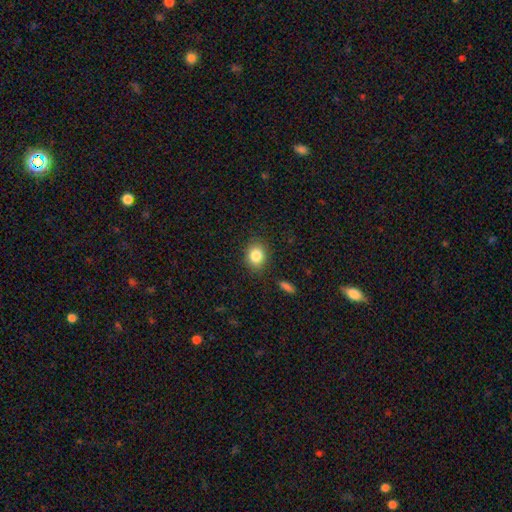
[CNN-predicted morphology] Overall: smooth (83%). How rounded: round (58%; in between 41%). Merging: none (85%).